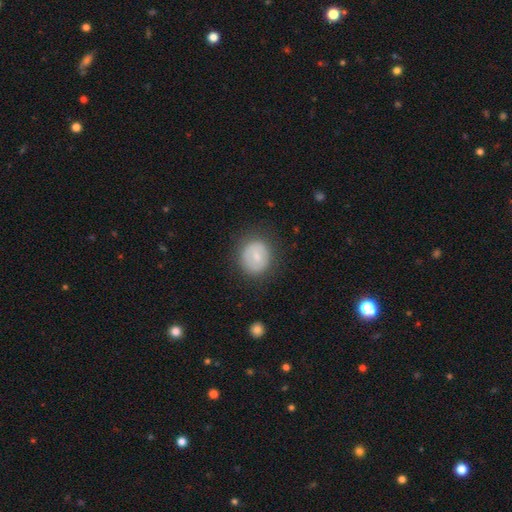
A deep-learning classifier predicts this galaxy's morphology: smooth 64%, featured or disk 28%, star or artifact 8%. Down the decision tree: how rounded — round (77%); merging — none (80%).